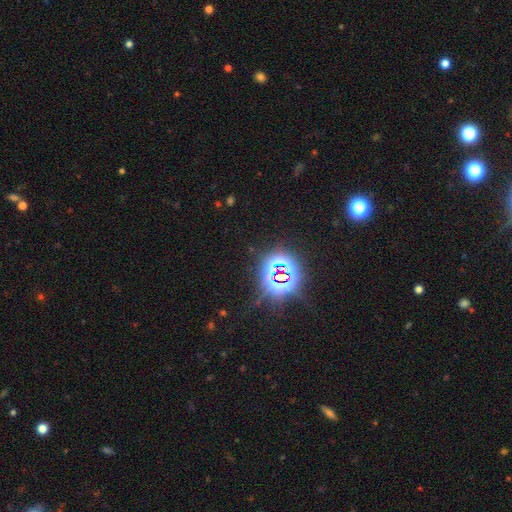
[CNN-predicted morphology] star or artifact 80%, smooth 13%, featured or disk 7%.